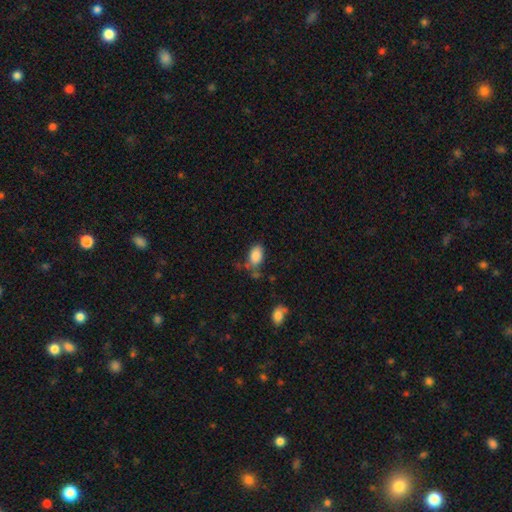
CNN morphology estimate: A smooth galaxy with no disk features (86%) that is in between round and cigar-shaped (91%). Merging: none (60%).